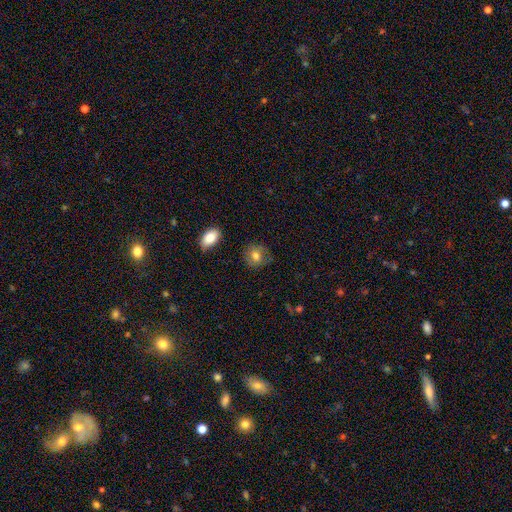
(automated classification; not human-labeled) This appears to be a smooth galaxy with no disk features (74%) that is round (72%). Merging: none (75%).